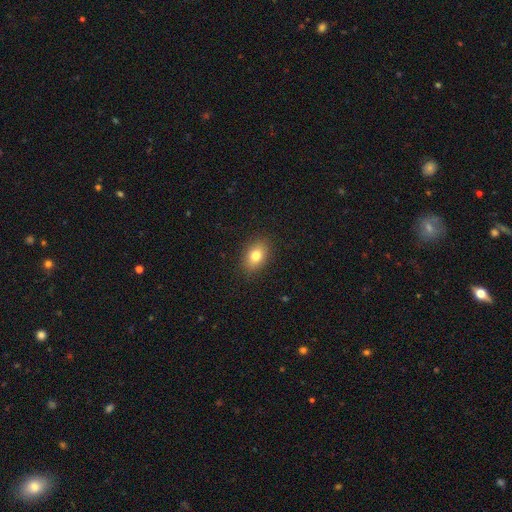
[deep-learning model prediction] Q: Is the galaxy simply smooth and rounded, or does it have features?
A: smooth — 79%.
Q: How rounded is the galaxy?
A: in between — 79%.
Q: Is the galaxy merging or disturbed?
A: none — 88%.